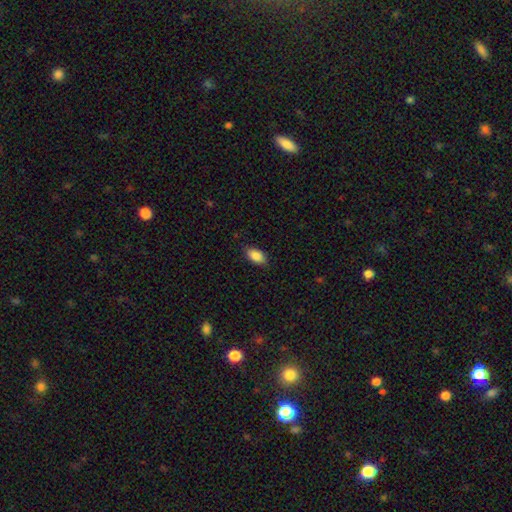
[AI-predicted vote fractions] smooth_or_featured: smooth (p=0.88) [alt: star or artifact p=0.07]
how_rounded: in between (p=0.93) [alt: round p=0.04]
merging: none (p=0.85) [alt: minor disturbance p=0.12]